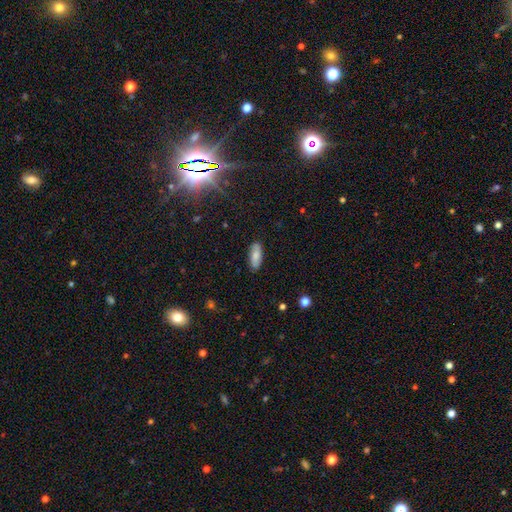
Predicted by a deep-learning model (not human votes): Overall: smooth (76%). How rounded: in between (75%). Merging: none (85%).